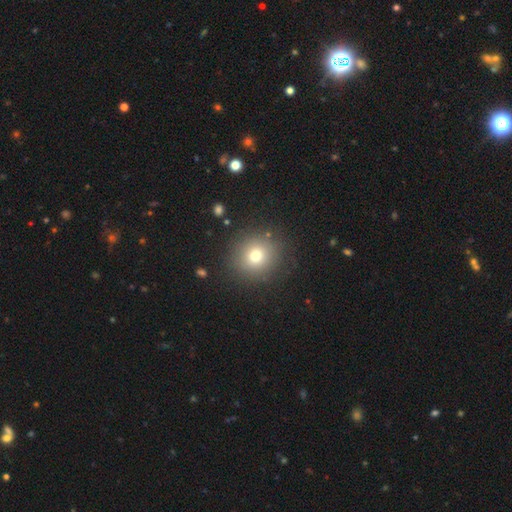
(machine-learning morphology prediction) smooth_or_featured: smooth (p=0.75) [alt: star or artifact p=0.15]
how_rounded: round (p=0.90) [alt: in between p=0.09]
merging: none (p=0.87) [alt: minor disturbance p=0.07]